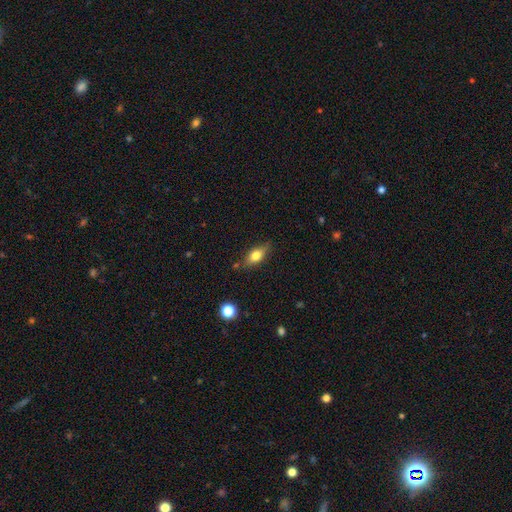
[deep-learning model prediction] smooth_or_featured: smooth (p=0.70) [alt: featured or disk p=0.21]
how_rounded: in between (p=0.78) [alt: cigar-shaped p=0.15]
merging: none (p=0.76) [alt: minor disturbance p=0.18]